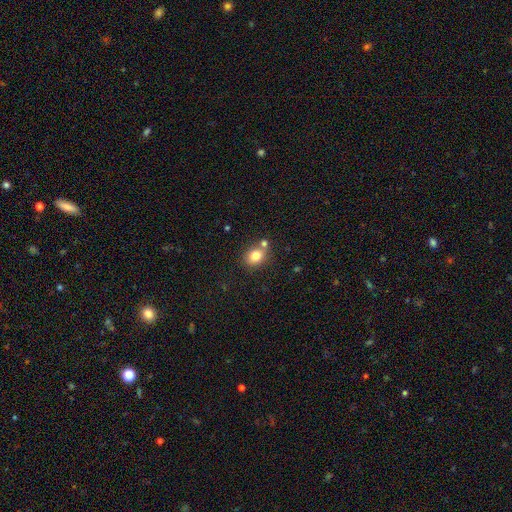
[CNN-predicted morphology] Smooth or featured? smooth (80%)
How rounded? round (56%)
Merging? none (63%)